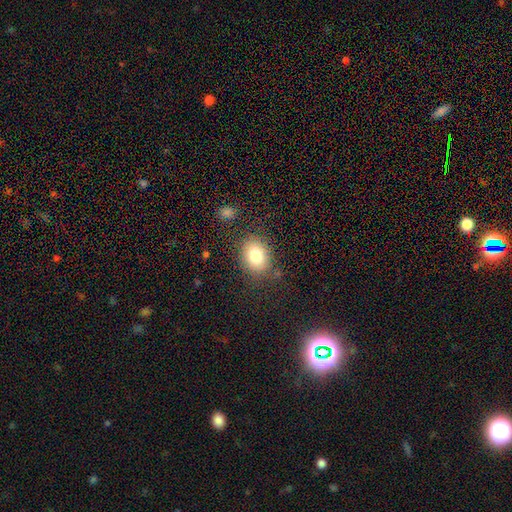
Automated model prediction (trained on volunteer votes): This is clearly a smooth galaxy (81%). How rounded: likely in between (60%). Merging: clearly none (80%).